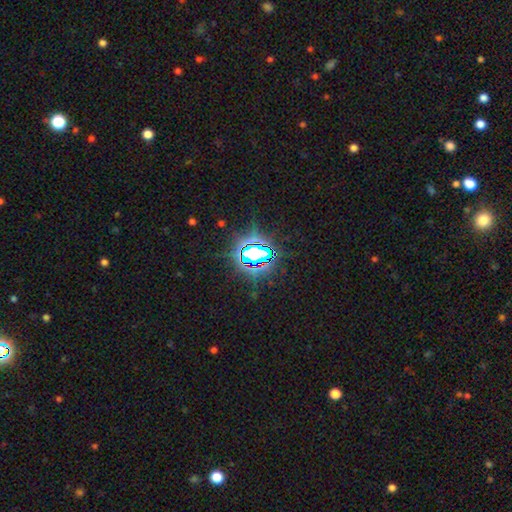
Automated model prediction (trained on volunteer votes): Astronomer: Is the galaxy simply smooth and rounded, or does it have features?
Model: star or artifact — 77%.